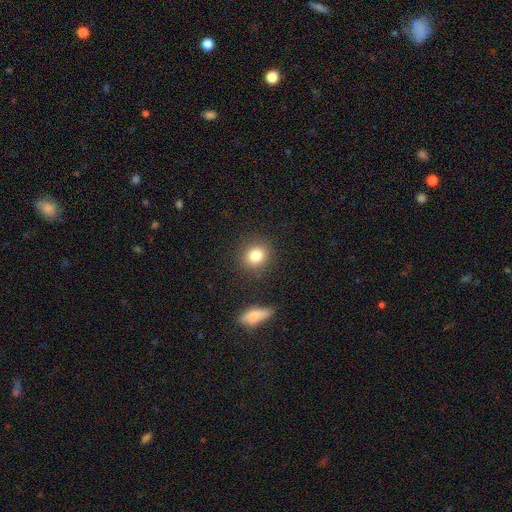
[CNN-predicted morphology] smooth 82%, star or artifact 10%, featured or disk 8%. Down the decision tree: how rounded — round (77%); merging — none (86%).